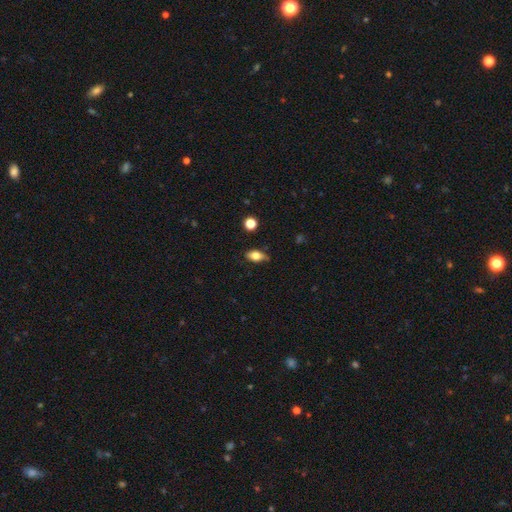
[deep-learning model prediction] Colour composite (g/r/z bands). It shows a smooth galaxy with no disk features (75%) that is in between round and cigar-shaped (85%). Merging: none (73%).